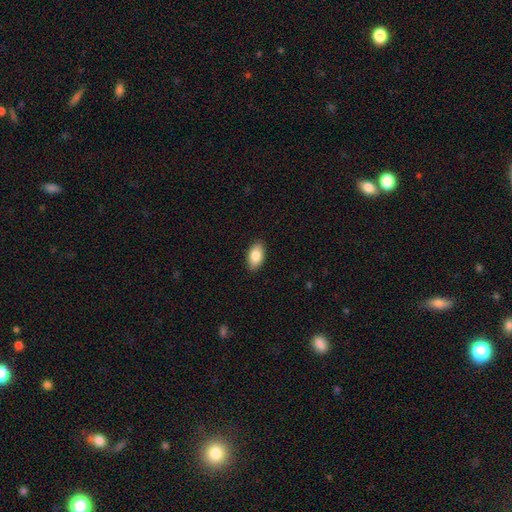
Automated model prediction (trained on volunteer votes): Overall: smooth (85%). How rounded: in between (93%). Merging: none (89%).